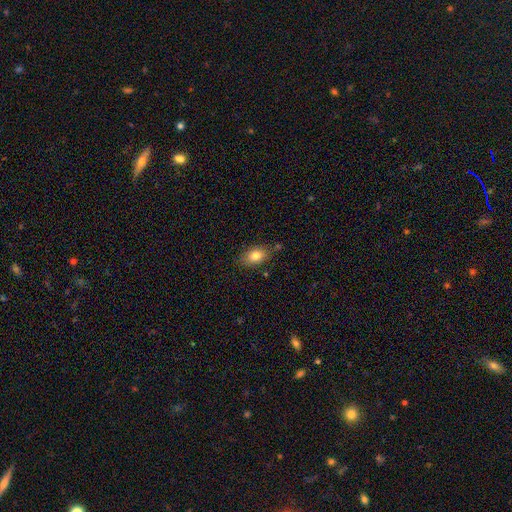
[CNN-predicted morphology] This appears to be a smooth galaxy with no disk features (81%) that is in between round and cigar-shaped (86%). Merging: none (75%).